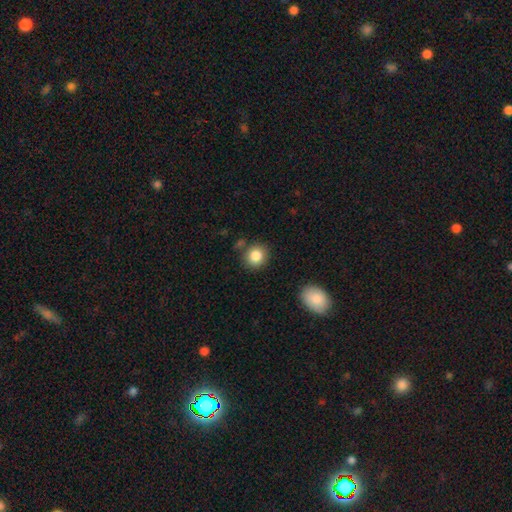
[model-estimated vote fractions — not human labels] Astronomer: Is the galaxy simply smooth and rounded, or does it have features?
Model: smooth — 85%.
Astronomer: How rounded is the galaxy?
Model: round — 82%.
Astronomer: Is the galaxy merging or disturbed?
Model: none — 82%.